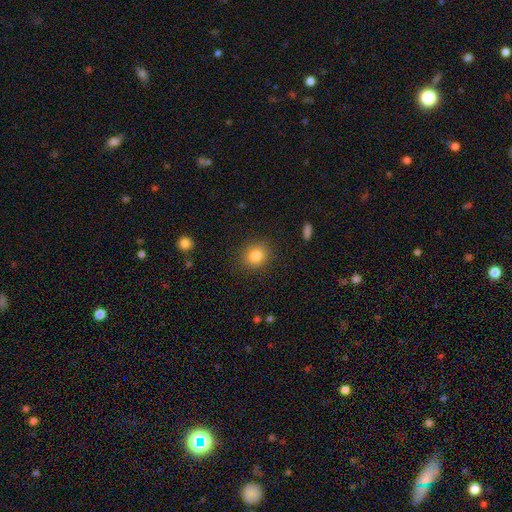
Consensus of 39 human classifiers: Smooth or featured? 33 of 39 (85%) said smooth. How rounded? 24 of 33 (73%) said round. Merging? 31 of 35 (89%) said none.